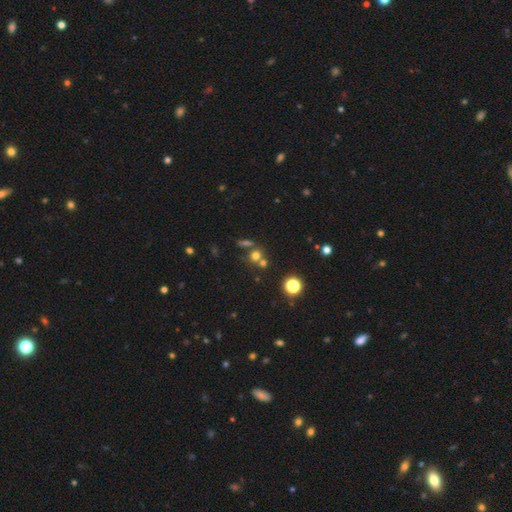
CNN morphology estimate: This is likely a smooth galaxy (63%). How rounded: clearly round (83%). Merging: possibly none (55%).